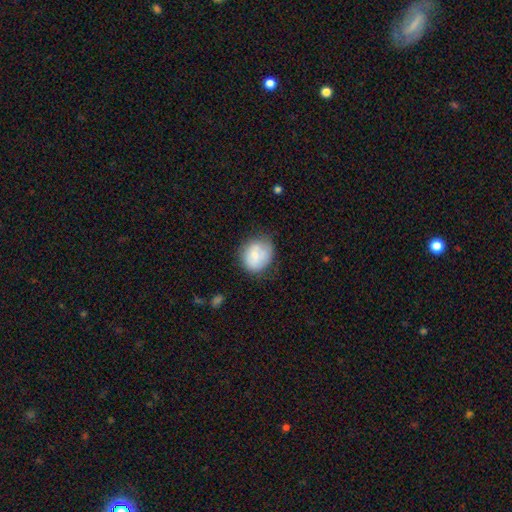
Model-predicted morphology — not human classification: Smooth or featured: smooth — 73% (featured or disk — 19%)
How rounded: round — 71% (in between — 28%)
Merging: none — 60% (minor disturbance — 26%)